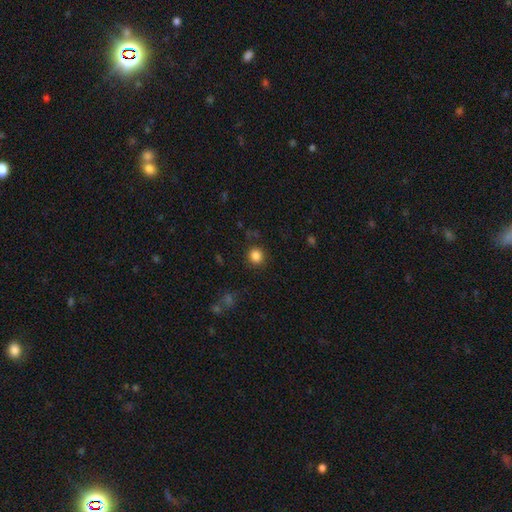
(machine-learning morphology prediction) smooth_or_featured: smooth (p=0.85) [alt: star or artifact p=0.11]
how_rounded: round (p=0.88) [alt: in between p=0.11]
merging: none (p=0.87) [alt: minor disturbance p=0.08]